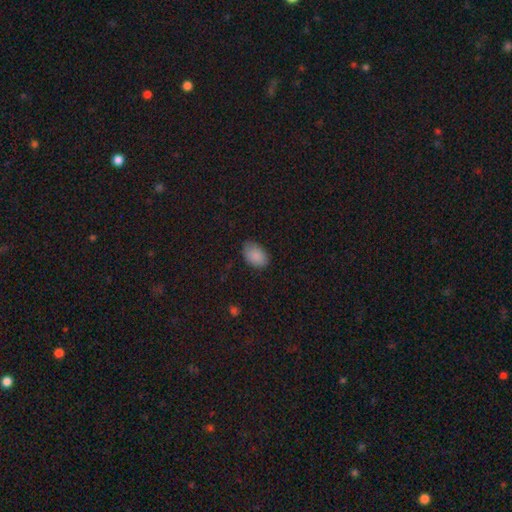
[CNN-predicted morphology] Smooth or featured? Predicted: smooth (p=0.88). How rounded? Predicted: in between (p=0.88). Merging? Predicted: none (p=0.77).